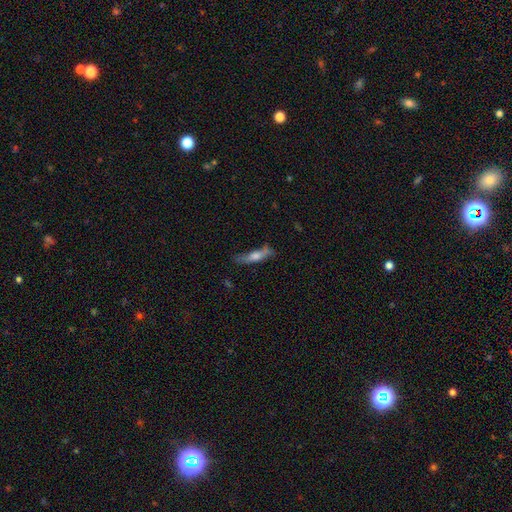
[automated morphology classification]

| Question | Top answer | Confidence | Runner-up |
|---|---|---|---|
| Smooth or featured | smooth | 47% | featured or disk (45%) |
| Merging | none | 66% | minor disturbance (23%) |